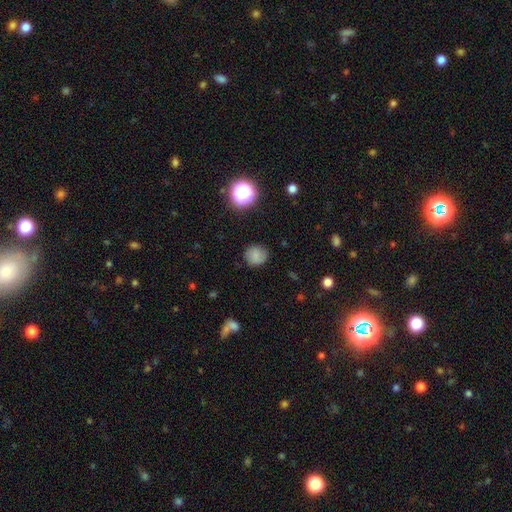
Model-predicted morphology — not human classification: This is likely a smooth galaxy (78%). How rounded: clearly round (85%). Merging: clearly none (83%).